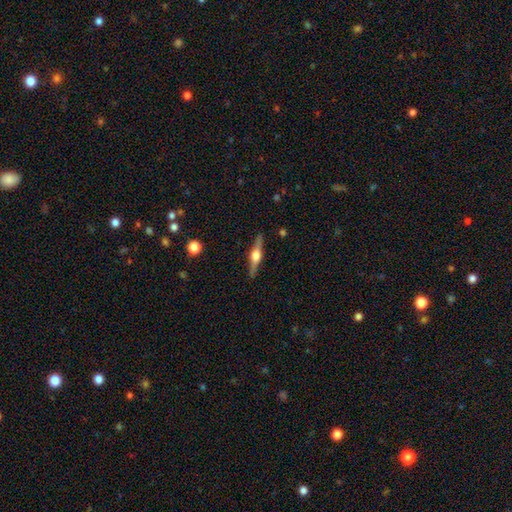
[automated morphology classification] type=featured or disk (77%); edge-on=yes (98%); edge-on bulge=rounded (94%); merging=none (90%).